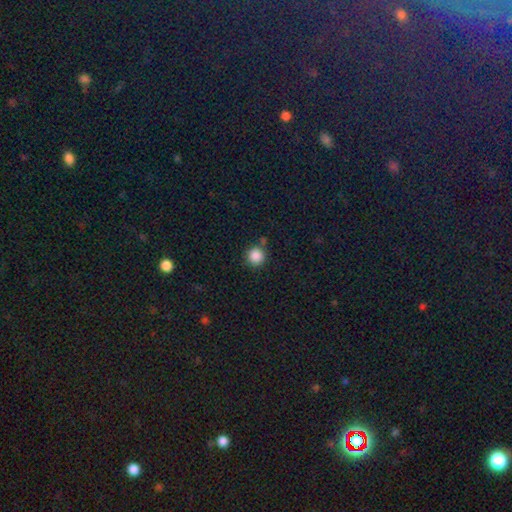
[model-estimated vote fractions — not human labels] A smooth galaxy with no disk features (86%) that is round (94%). Merging: none (83%).